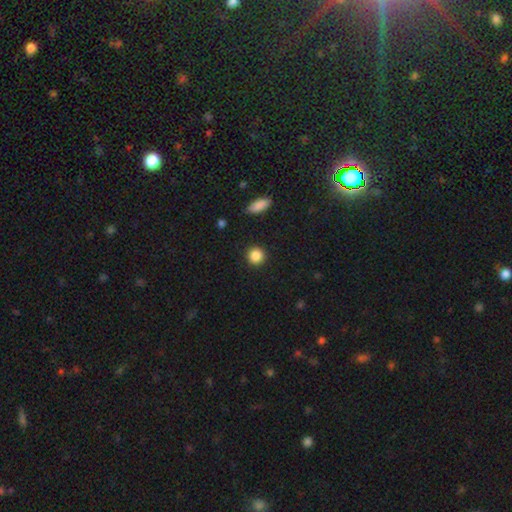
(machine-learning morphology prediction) A smooth galaxy with no disk features (87%) that is round (92%). Merging: none (91%).